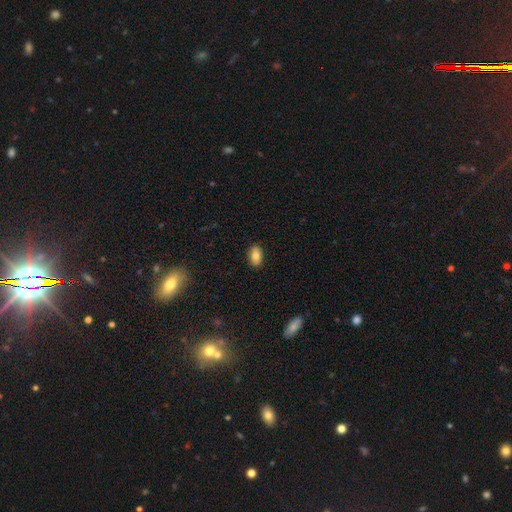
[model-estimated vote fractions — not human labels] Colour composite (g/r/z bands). It shows a smooth galaxy with no disk features (81%) that is in between round and cigar-shaped (91%). Merging: none (88%).